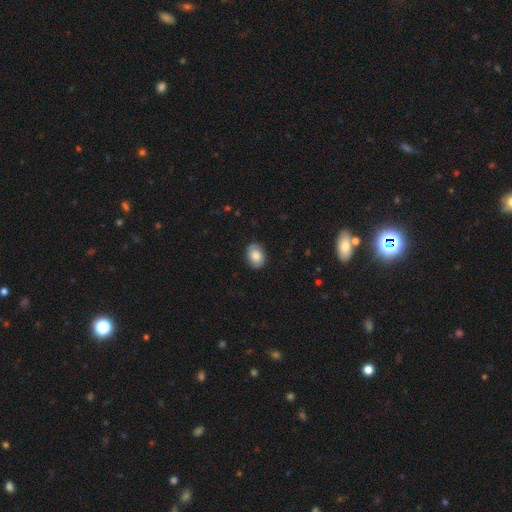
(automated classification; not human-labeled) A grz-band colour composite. It shows a smooth galaxy with no disk features (70%) that is in between round and cigar-shaped (64%). Merging: none (83%).